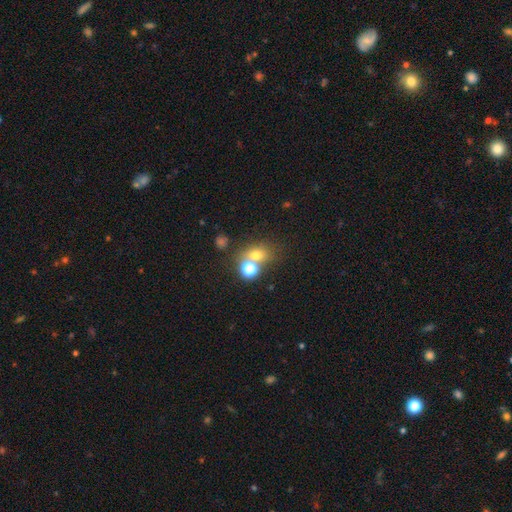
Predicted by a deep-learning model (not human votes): Smooth or featured?
  - smooth: 67% *
  - star or artifact: 20%
  - featured or disk: 13%
How rounded?
  - round: 63% *
  - in between: 36%
  - cigar-shaped: 1%
Merging?
  - none: 50% *
  - merger: 35%
  - minor disturbance: 9%
  - major disturbance: 5%